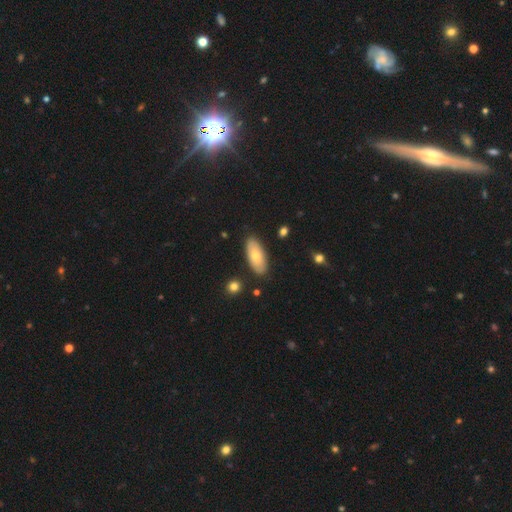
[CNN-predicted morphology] A smooth galaxy with no disk features (69%) that is in between round and cigar-shaped (87%). Merging: none (86%).